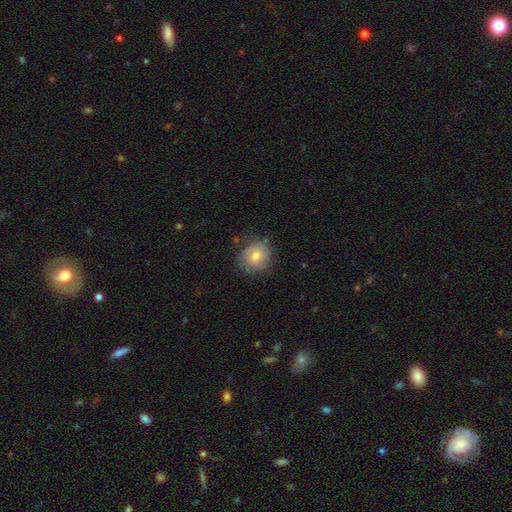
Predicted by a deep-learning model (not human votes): A smooth galaxy with no disk features (70%) that is round (86%).

Vote fractions:
- Smooth or featured? smooth: 70% / featured or disk: 22% / star or artifact: 9%
- How rounded? round: 86% / in between: 13% / cigar-shaped: 1%
- Merging? none: 74% / minor disturbance: 19% / major disturbance: 6% / merger: 2%